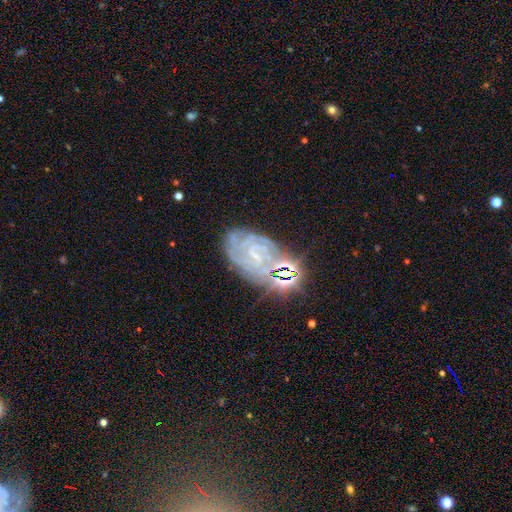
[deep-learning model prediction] smooth_or_featured: featured or disk (p=0.67) [alt: star or artifact p=0.18]
disk_edge_on: no (p=0.95) [alt: yes p=0.05]
bar: no (p=0.54) [alt: weak p=0.34]
has_spiral_arms: yes (p=0.86) [alt: no p=0.14]
spiral_winding: tight (p=0.66) [alt: medium p=0.26]
spiral_arm_count: can't tell (p=0.41) [alt: 2 p=0.18]
bulge_size: small (p=0.72) [alt: none p=0.14]
merging: none (p=0.67) [alt: minor disturbance p=0.18]